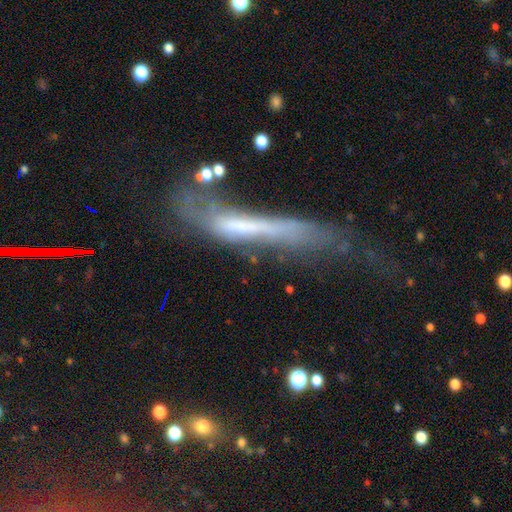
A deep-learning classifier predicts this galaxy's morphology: A featured or disk galaxy (49%). Merging: major disturbance (39%).